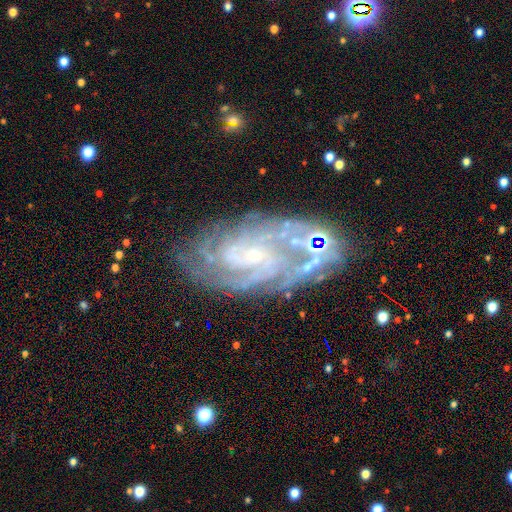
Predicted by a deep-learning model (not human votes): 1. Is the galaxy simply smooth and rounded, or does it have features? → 85% featured or disk, 9% star or artifact, 6% smooth.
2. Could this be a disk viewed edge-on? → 95% no, 5% yes.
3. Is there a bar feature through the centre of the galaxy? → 56% no, 33% weak, 11% strong.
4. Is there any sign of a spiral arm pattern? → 97% yes, 3% no.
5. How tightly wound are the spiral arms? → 65% tight, 29% medium, 6% loose.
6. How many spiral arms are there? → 24% can't tell, 22% 3, 19% 2, 18% 4, 10% more than 4, 7% 1.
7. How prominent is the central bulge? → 76% small, 15% moderate, 6% none, 1% large, 1% dominant.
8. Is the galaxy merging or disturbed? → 73% none, 17% minor disturbance, 7% major disturbance, 4% merger.